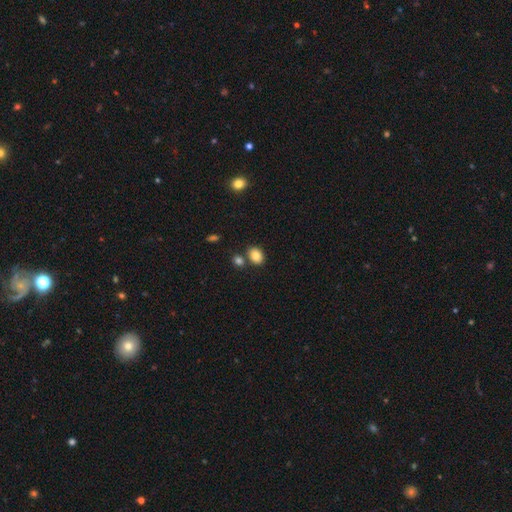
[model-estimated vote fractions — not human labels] Overall: smooth (84%). How rounded: in between (64%; round 35%). Merging: none (72%).